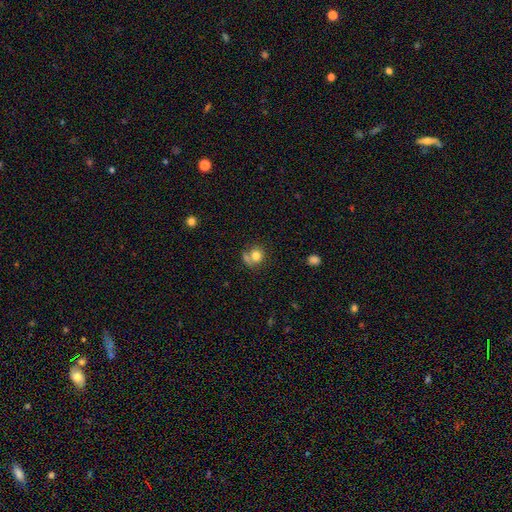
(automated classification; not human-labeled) smooth 78%, featured or disk 12%, star or artifact 11%. Down the decision tree: how rounded — round (80%); merging — none (50%).